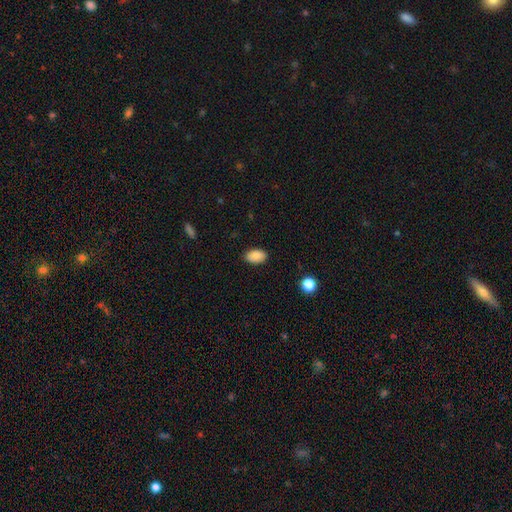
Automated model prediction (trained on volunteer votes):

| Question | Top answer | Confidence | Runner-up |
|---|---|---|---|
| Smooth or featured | smooth | 89% | star or artifact (8%) |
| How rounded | in between | 92% | round (6%) |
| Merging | none | 88% | minor disturbance (9%) |